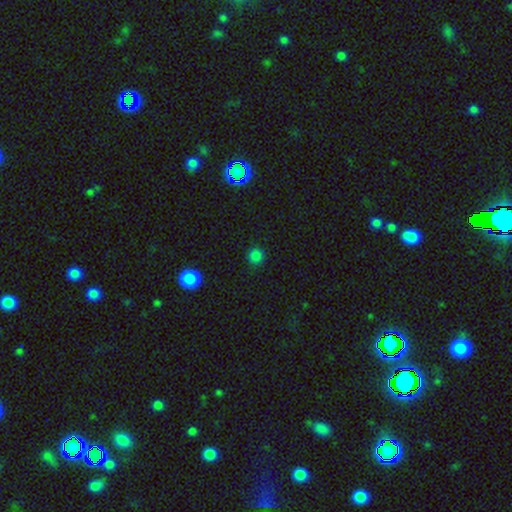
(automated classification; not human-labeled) This is clearly a smooth galaxy (82%). How rounded: clearly round (93%). Merging: clearly none (90%).